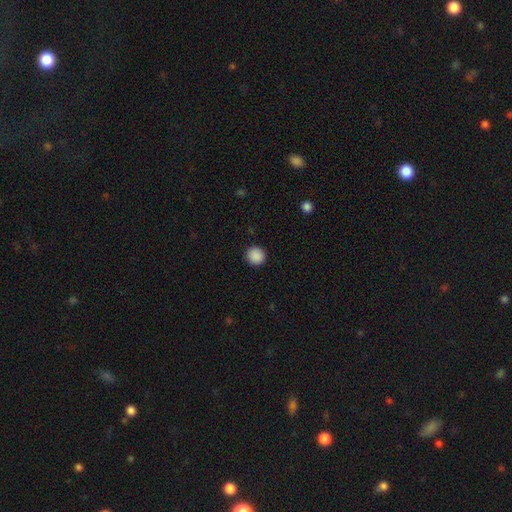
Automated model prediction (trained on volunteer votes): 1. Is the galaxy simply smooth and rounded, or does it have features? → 89% smooth, 9% star or artifact, 2% featured or disk.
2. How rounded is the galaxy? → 92% round, 7% in between, 1% cigar-shaped.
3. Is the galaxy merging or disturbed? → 92% none, 5% minor disturbance, 2% major disturbance, 1% merger.